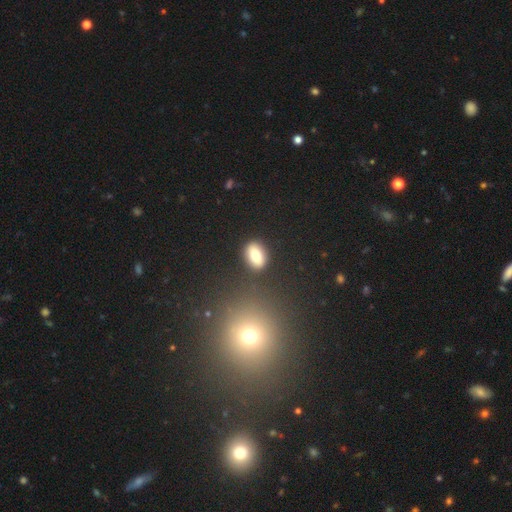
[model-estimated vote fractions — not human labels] A smooth galaxy with no disk features (77%) that is in between round and cigar-shaped (80%).

Vote fractions:
- Smooth or featured? smooth: 77% / featured or disk: 14% / star or artifact: 9%
- How rounded? in between: 80% / round: 17% / cigar-shaped: 3%
- Merging? none: 85% / minor disturbance: 9% / merger: 3% / major disturbance: 3%